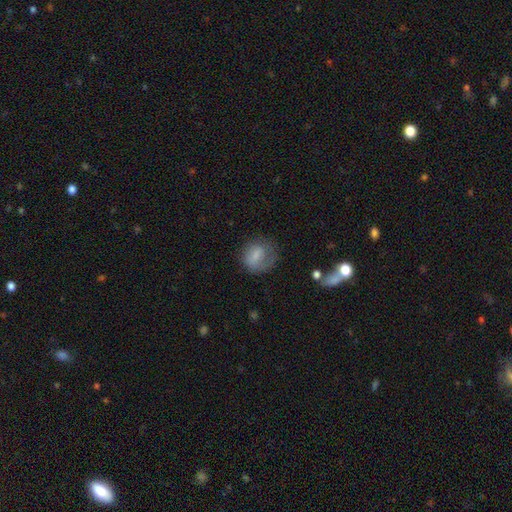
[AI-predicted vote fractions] This appears to be a smooth galaxy with no disk features (67%) that is round (65%). Merging: none (49%).